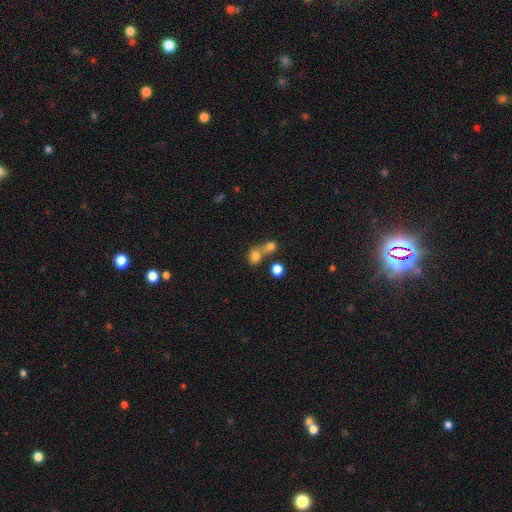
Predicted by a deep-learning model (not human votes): smooth 78%, star or artifact 13%, featured or disk 10%. Down the decision tree: how rounded — round (67%); merging — merger (55%).